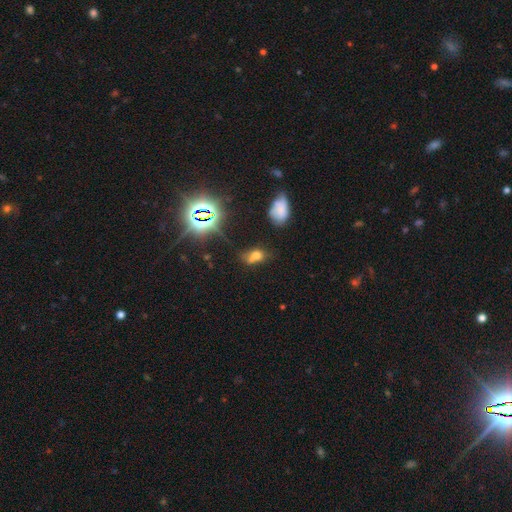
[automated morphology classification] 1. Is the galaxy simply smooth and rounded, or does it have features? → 57% smooth, 26% star or artifact, 17% featured or disk.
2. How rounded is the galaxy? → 73% in between, 22% round, 5% cigar-shaped.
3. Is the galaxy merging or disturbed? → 36% none, 28% merger, 22% minor disturbance, 14% major disturbance.